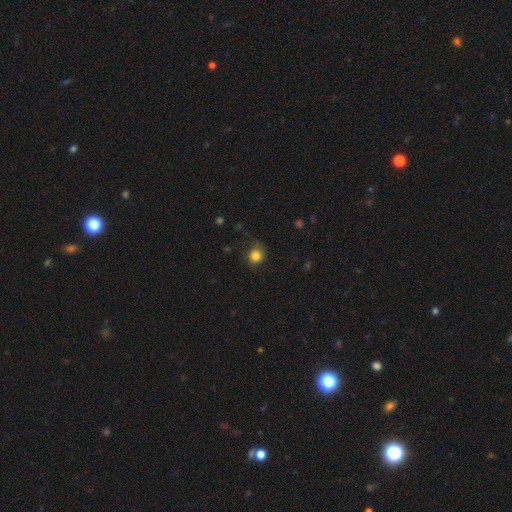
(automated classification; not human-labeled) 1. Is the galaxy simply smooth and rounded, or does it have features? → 83% smooth, 11% star or artifact, 6% featured or disk.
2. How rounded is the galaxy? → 89% round, 10% in between, 1% cigar-shaped.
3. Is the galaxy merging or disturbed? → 71% none, 19% minor disturbance, 8% major disturbance, 1% merger.